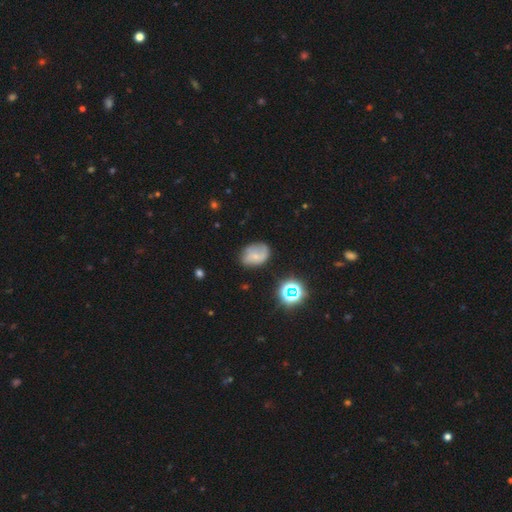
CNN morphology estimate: type=smooth (49%); merging=none (63%).